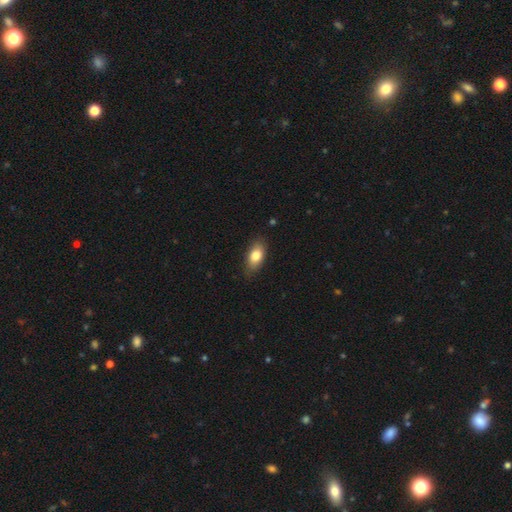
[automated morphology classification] A smooth galaxy with no disk features (80%) that is in between round and cigar-shaped (88%).

Vote fractions:
- Smooth or featured? smooth: 80% / featured or disk: 13% / star or artifact: 7%
- How rounded? in between: 88% / cigar-shaped: 6% / round: 5%
- Merging? none: 81% / minor disturbance: 15% / major disturbance: 3% / merger: 1%